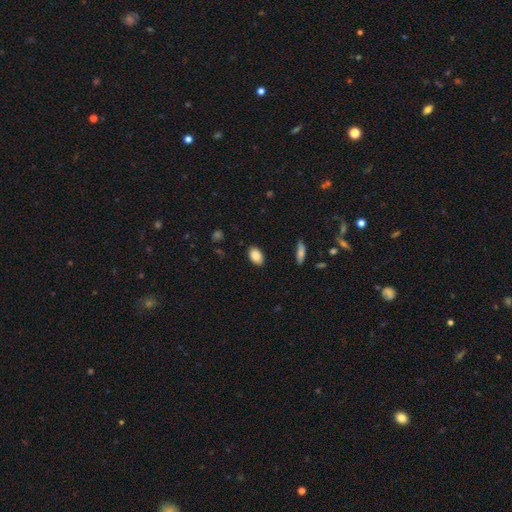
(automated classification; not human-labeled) smooth_or_featured: smooth (p=0.87) [alt: star or artifact p=0.07]
how_rounded: in between (p=0.89) [alt: round p=0.10]
merging: none (p=0.86) [alt: minor disturbance p=0.11]